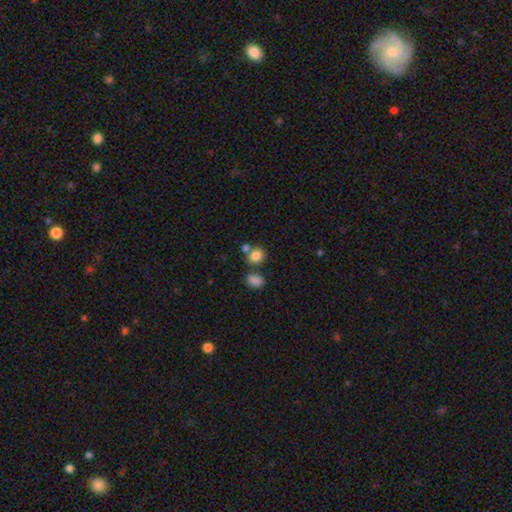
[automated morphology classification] The model was most divided on "how rounded": round: 65%, in between: 34%, cigar-shaped: 1%. More confident: smooth or featured — smooth (83%); merging — none (60%).